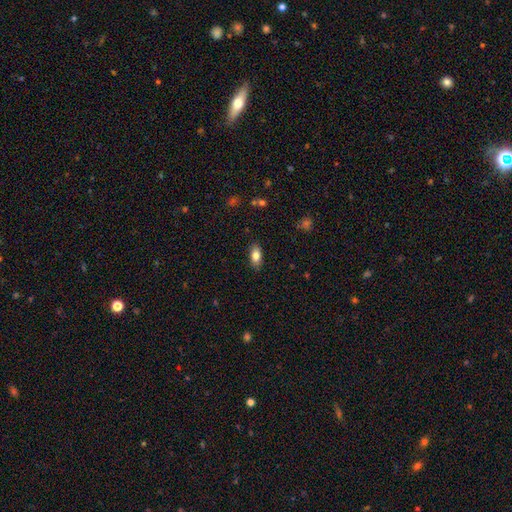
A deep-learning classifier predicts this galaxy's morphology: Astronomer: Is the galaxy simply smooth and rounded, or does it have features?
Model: smooth — 82%.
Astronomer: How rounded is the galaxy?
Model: in between — 88%.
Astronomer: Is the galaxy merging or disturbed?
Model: none — 87%.